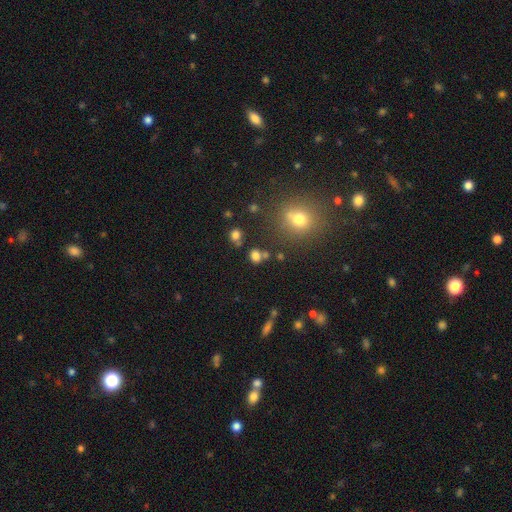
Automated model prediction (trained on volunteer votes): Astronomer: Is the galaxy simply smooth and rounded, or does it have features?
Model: smooth — 74%.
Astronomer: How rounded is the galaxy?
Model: round — 63%.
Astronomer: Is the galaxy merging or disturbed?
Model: none — 65%.